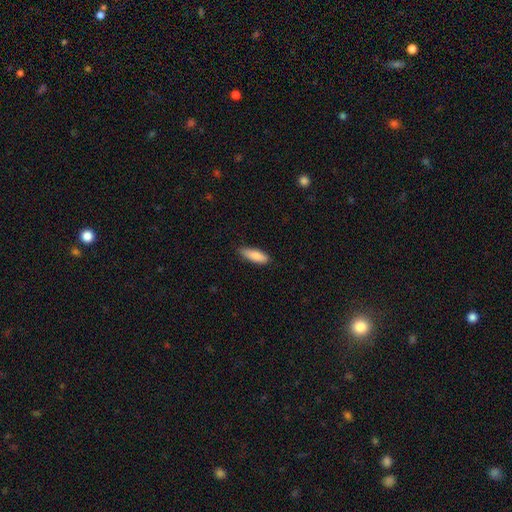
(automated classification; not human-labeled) Smooth or featured? Predicted: smooth (p=0.86). How rounded? Predicted: in between (p=0.57). Merging? Predicted: none (p=0.81).